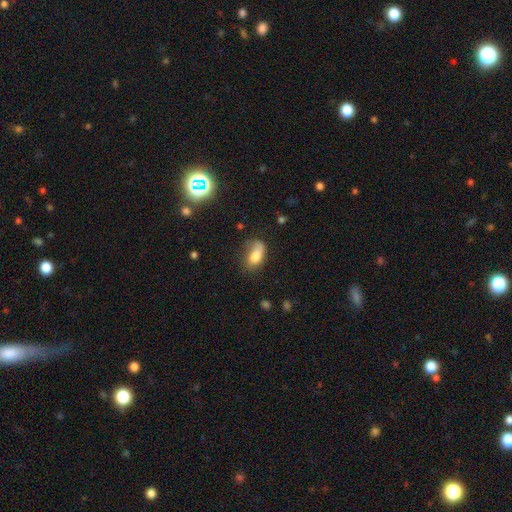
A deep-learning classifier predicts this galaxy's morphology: Smooth or featured? smooth (78%)
How rounded? in between (88%)
Merging? none (48%)